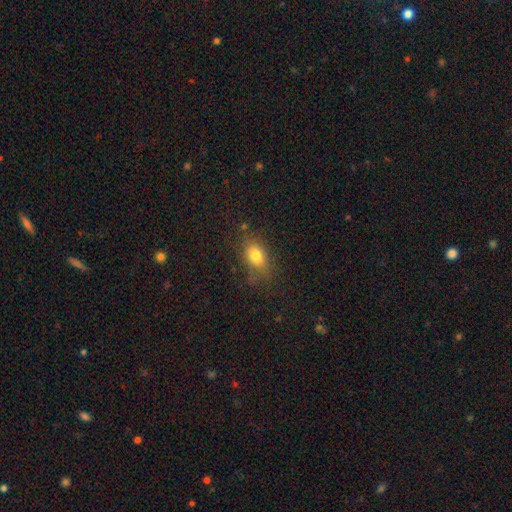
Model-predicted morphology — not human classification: type=smooth (79%); roundness=in between (79%); merging=none (72%).